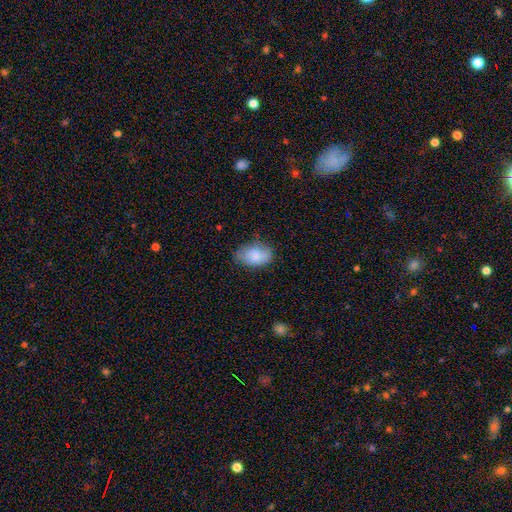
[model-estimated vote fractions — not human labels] smooth-or-featured: smooth: 80% | featured or disk: 13% | star or artifact: 7%
  how-rounded: in between: 89% | round: 10% | cigar-shaped: 1%
  merging: none: 64% | minor disturbance: 28% | major disturbance: 7% | merger: 2%